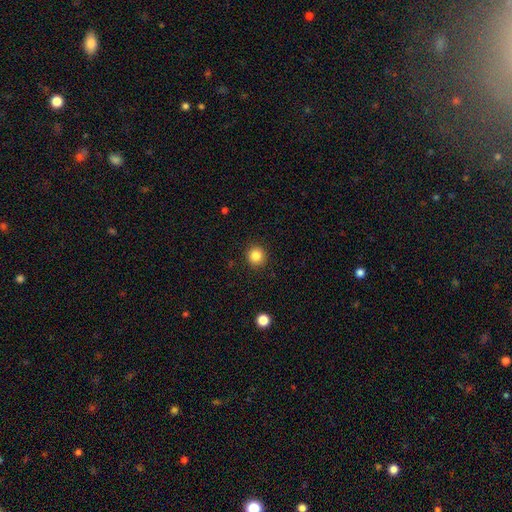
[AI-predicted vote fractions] Overall: smooth (84%). How rounded: round (92%). Merging: none (91%).